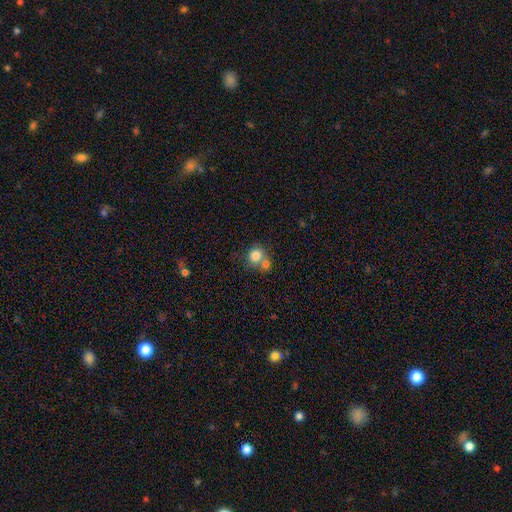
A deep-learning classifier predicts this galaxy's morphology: Q: Smooth or featured?
A: smooth (81%); runner-up: star or artifact (10%)
Q: How rounded?
A: round (80%); runner-up: in between (19%)
Q: Merging?
A: merger (44%); runner-up: none (43%)